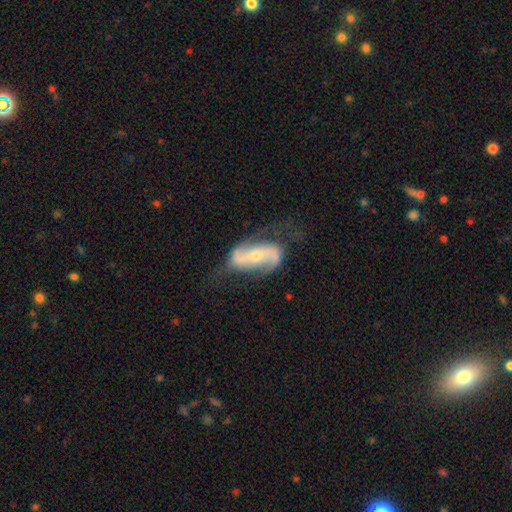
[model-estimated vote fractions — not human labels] Morphology: type=featured or disk (84%); edge-on=no (95%); bar=strong (38%); spiral arms=yes (93%); winding=loose (53%); arm count=2 (91%); bulge=small (54%); merging=none (63%).